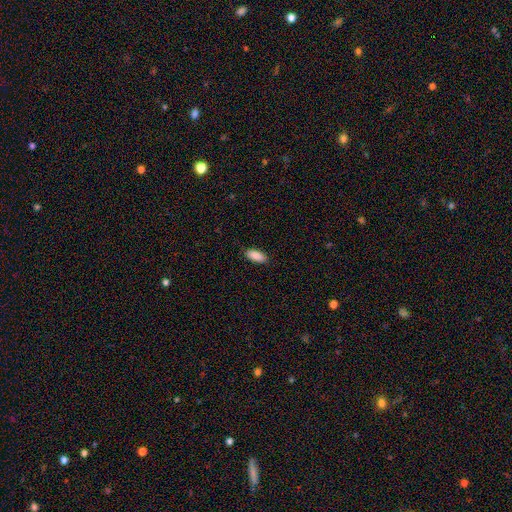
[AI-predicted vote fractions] Smooth or featured? smooth (90%)
How rounded? in between (88%)
Merging? none (88%)